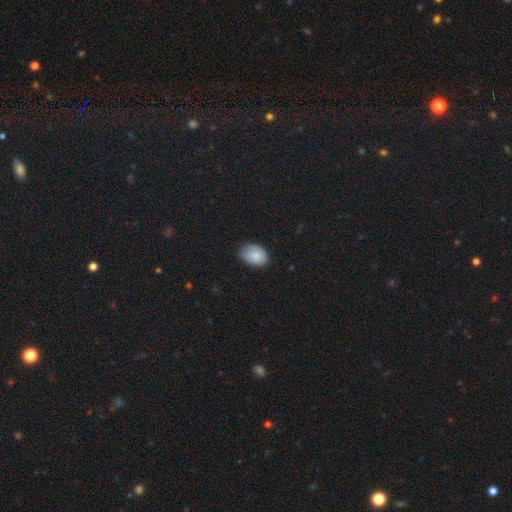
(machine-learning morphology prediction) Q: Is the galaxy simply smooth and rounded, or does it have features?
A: smooth — 83%.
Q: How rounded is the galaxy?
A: in between — 79%.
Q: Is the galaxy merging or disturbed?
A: none — 69%.